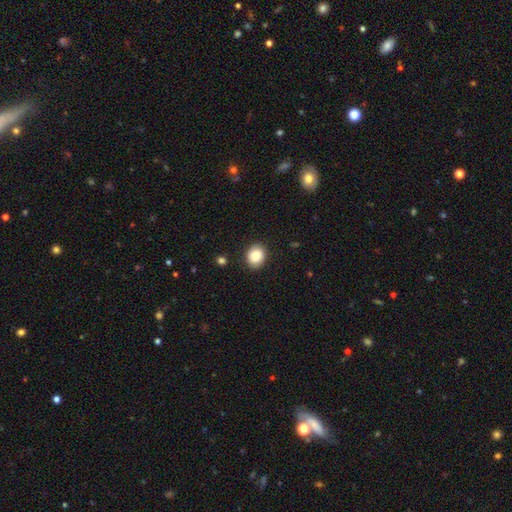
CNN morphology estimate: Smooth or featured? Predicted: smooth (p=0.84). How rounded? Predicted: round (p=0.62). Merging? Predicted: none (p=0.89).